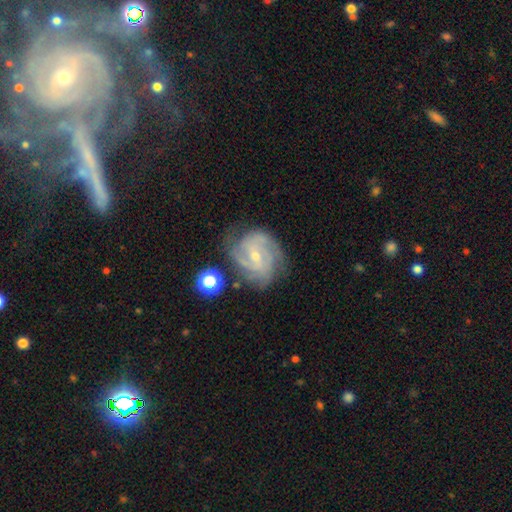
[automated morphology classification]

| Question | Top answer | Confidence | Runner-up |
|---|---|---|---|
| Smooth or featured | featured or disk | 86% | smooth (7%) |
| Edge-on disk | no | 97% | yes (3%) |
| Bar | weak | 48% | no (36%) |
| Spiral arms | yes | 97% | no (3%) |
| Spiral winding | tight | 56% | medium (37%) |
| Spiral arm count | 3 | 33% | can't tell (20%) |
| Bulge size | small | 67% | moderate (30%) |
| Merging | none | 71% | minor disturbance (19%) |